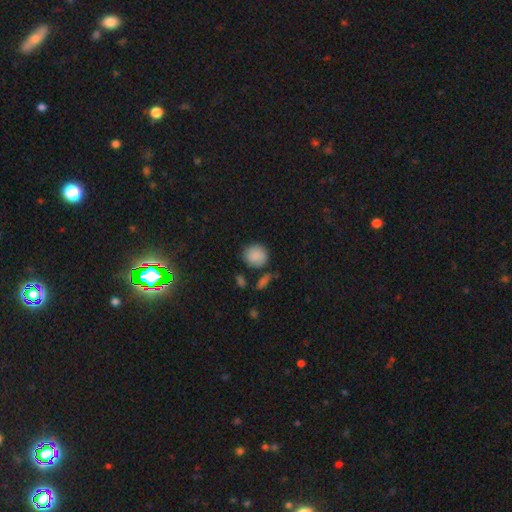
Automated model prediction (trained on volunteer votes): The model was most divided on "merging": none: 73%, minor disturbance: 16%, merger: 7%, major disturbance: 4%. More confident: smooth or featured — smooth (87%); how rounded — round (81%).